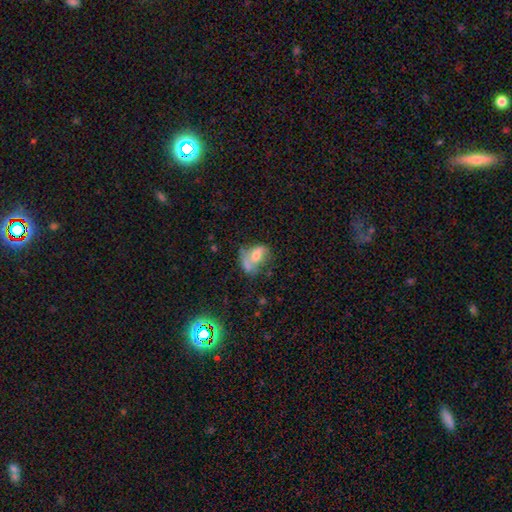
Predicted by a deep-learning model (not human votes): Overall: smooth (47%; featured or disk 39%). Merging: none (30%; merger 27%).